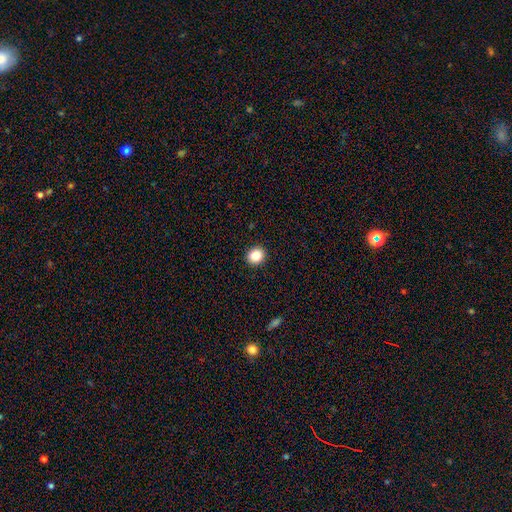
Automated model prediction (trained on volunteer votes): Overall: smooth (86%). How rounded: round (79%). Merging: none (92%).